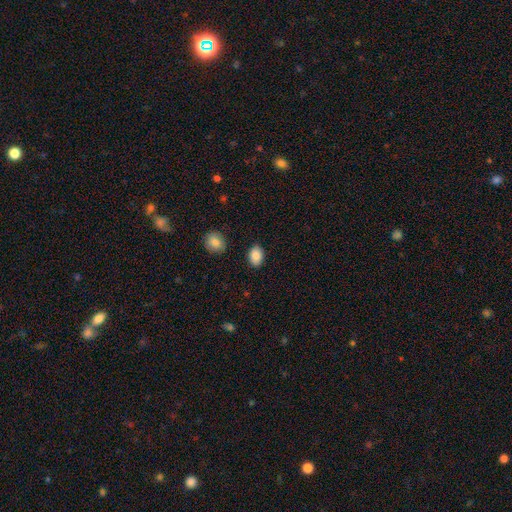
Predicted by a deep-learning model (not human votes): The model was most divided on "how rounded": in between: 80%, round: 19%, cigar-shaped: 1%. More confident: smooth or featured — smooth (87%); merging — none (87%).